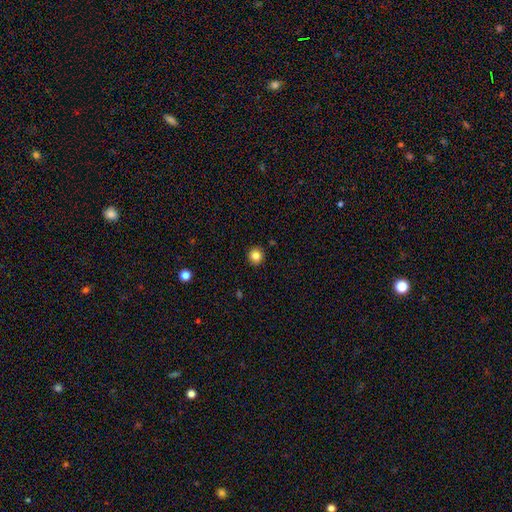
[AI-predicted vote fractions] smooth_or_featured: smooth (p=0.84) [alt: star or artifact p=0.11]
how_rounded: round (p=0.90) [alt: in between p=0.09]
merging: none (p=0.90) [alt: minor disturbance p=0.07]